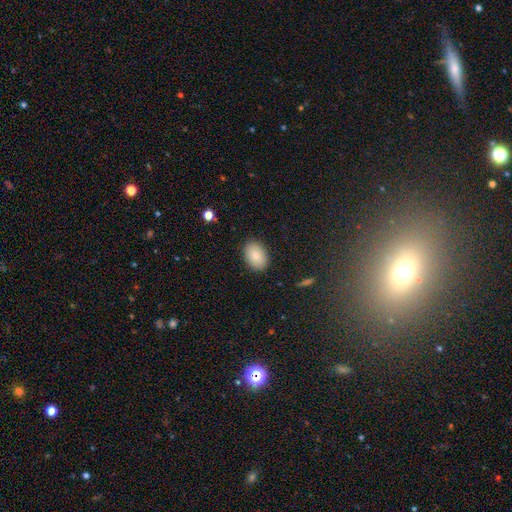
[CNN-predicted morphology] Overall: smooth (82%). How rounded: in between (81%). Merging: none (88%).